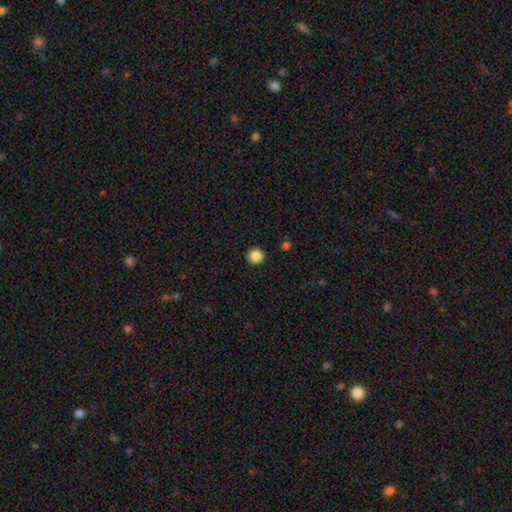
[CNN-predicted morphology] Overall: smooth (88%). How rounded: round (94%). Merging: none (93%).